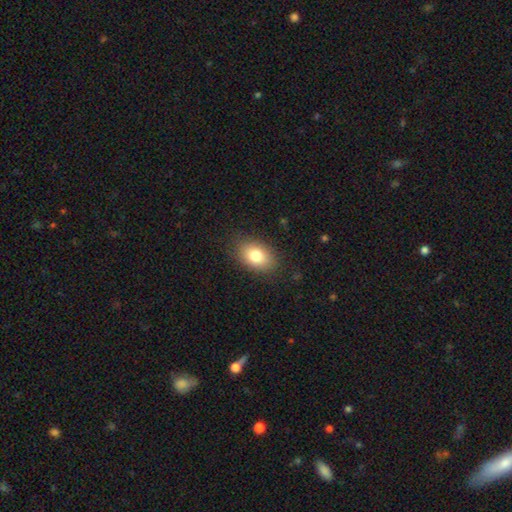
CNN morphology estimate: Smooth or featured?
  - smooth: 81% *
  - featured or disk: 10%
  - star or artifact: 8%
How rounded?
  - in between: 85% *
  - round: 14%
  - cigar-shaped: 1%
Merging?
  - none: 85% *
  - minor disturbance: 10%
  - major disturbance: 3%
  - merger: 1%